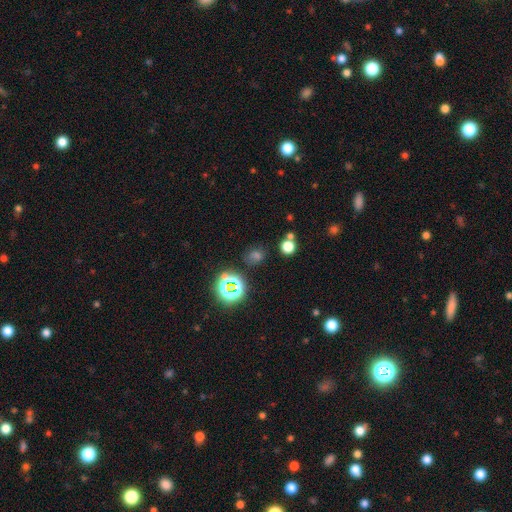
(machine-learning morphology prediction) Smooth or featured? Predicted: star or artifact (p=0.49).